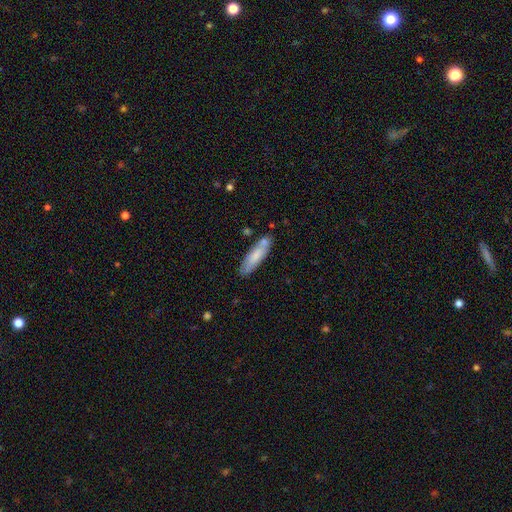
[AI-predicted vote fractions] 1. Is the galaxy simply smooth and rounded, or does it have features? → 75% smooth, 19% featured or disk, 6% star or artifact.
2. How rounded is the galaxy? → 65% cigar-shaped, 34% in between, 1% round.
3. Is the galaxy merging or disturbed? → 72% none, 16% minor disturbance, 9% merger, 3% major disturbance.